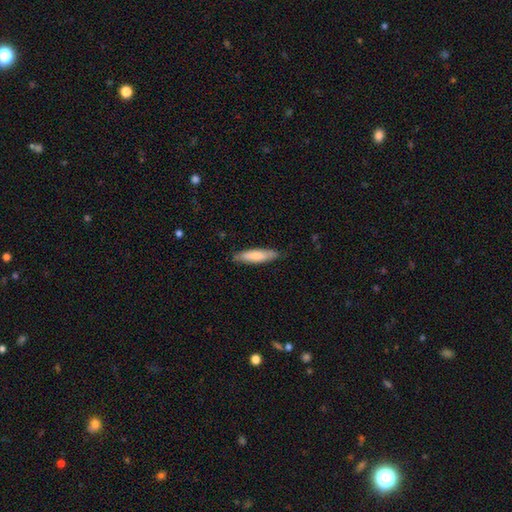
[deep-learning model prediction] A smooth galaxy with no disk features (77%) that is cigar-shaped (70%). Merging: none (83%).